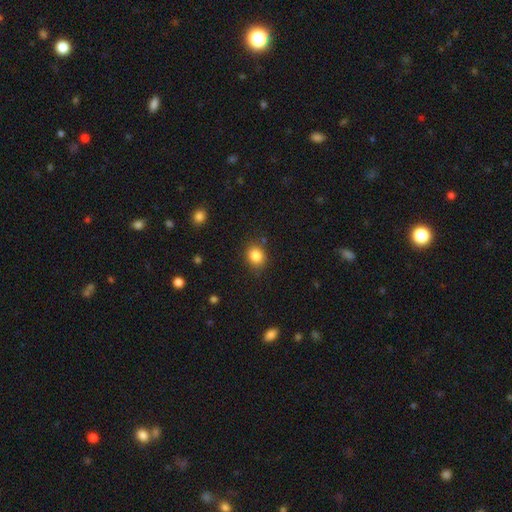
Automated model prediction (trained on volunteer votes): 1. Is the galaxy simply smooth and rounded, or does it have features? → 85% smooth, 10% star or artifact, 5% featured or disk.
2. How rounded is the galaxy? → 68% round, 31% in between, 1% cigar-shaped.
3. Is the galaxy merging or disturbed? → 83% none, 12% minor disturbance, 3% major disturbance, 3% merger.